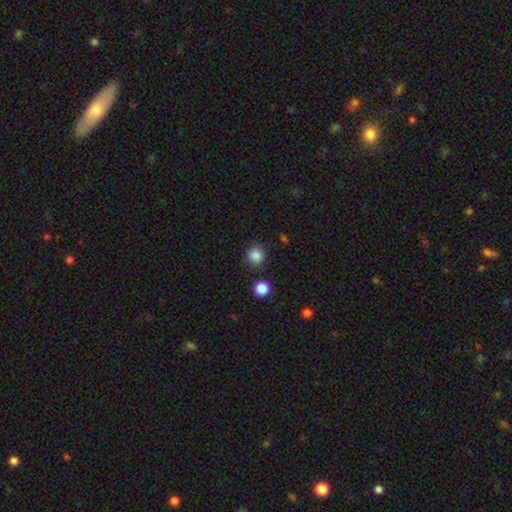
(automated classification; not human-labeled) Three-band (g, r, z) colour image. It shows a smooth galaxy with no disk features (85%) that is round (91%). Merging: none (86%).